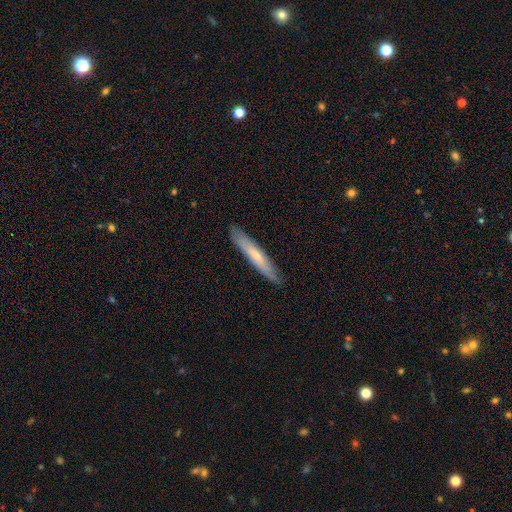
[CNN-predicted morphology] smooth 54%, featured or disk 40%, star or artifact 6%. Down the decision tree: how rounded — cigar-shaped (92%); merging — none (89%).